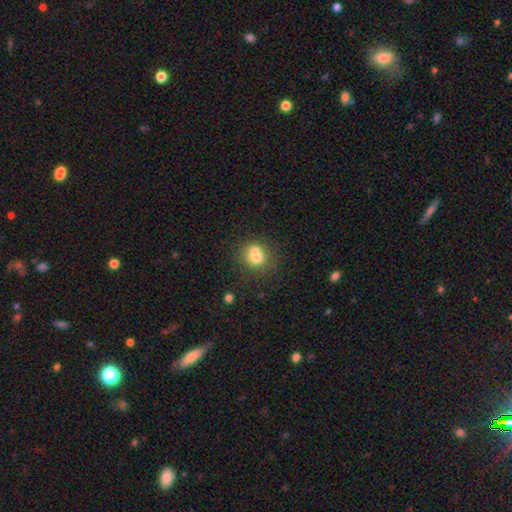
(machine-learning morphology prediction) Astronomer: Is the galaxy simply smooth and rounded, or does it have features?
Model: smooth — 70%.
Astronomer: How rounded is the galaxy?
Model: round — 75%.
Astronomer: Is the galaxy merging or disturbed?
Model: none — 43% (runner-up: merger, 42%).